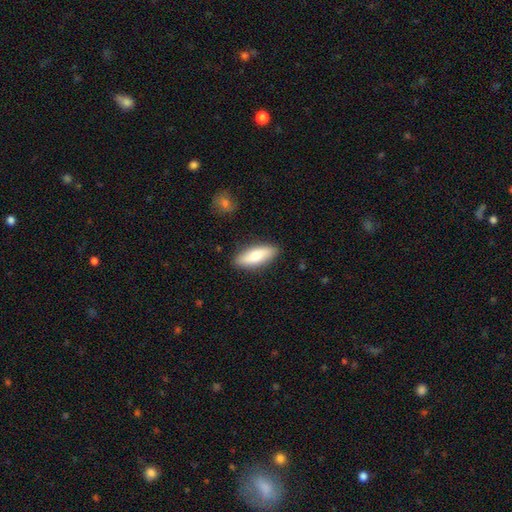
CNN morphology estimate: Overall: smooth (75%). How rounded: in between (68%; cigar-shaped 30%). Merging: none (87%).